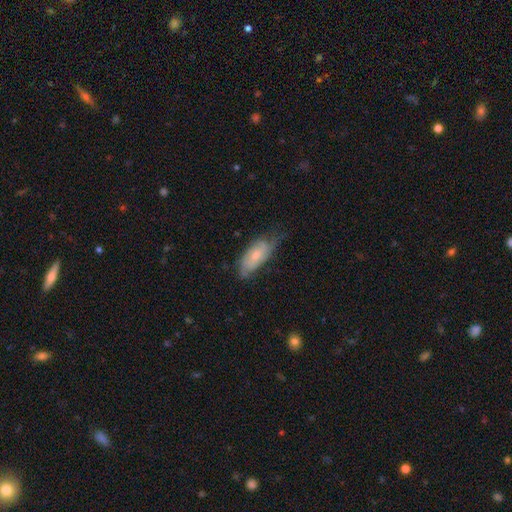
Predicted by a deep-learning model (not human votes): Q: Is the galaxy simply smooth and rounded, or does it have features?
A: smooth — 51%.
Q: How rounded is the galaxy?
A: in between — 79%.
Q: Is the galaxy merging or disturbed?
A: none — 51%.